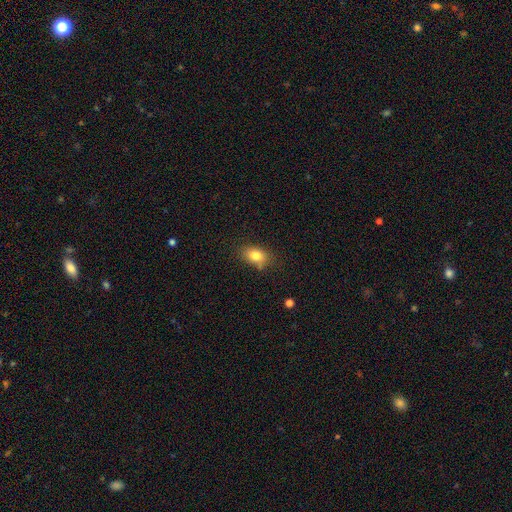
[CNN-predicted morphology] smooth 80%, featured or disk 10%, star or artifact 10%. Down the decision tree: how rounded — in between (79%); merging — none (74%).